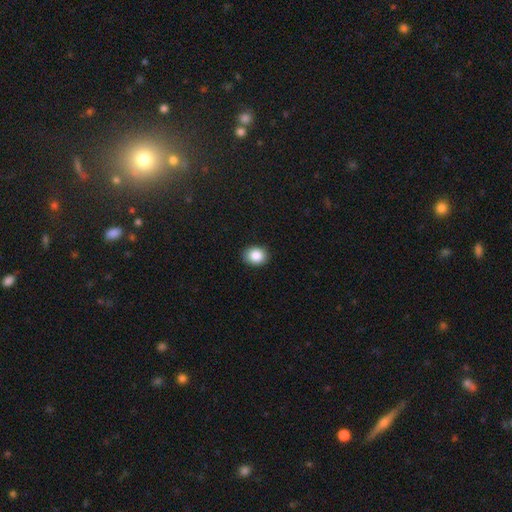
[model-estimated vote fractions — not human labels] Smooth or featured?
  - smooth: 86% *
  - star or artifact: 9%
  - featured or disk: 5%
How rounded?
  - round: 55% *
  - in between: 45%
  - cigar-shaped: 1%
Merging?
  - none: 90% *
  - minor disturbance: 7%
  - major disturbance: 2%
  - merger: 1%